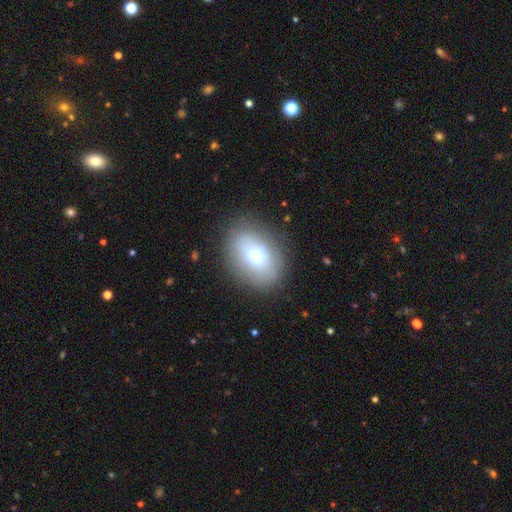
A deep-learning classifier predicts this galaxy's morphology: Q: Smooth or featured?
A: smooth (69%); runner-up: featured or disk (21%)
Q: How rounded?
A: in between (76%); runner-up: round (23%)
Q: Merging?
A: none (80%); runner-up: minor disturbance (13%)